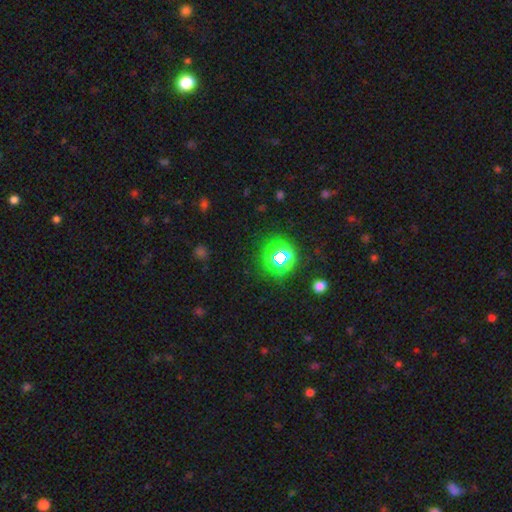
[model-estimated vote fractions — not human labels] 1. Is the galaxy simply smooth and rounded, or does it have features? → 58% smooth, 37% star or artifact, 5% featured or disk.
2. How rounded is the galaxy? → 92% round, 6% in between, 1% cigar-shaped.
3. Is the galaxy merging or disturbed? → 91% none, 5% minor disturbance, 2% major disturbance, 2% merger.